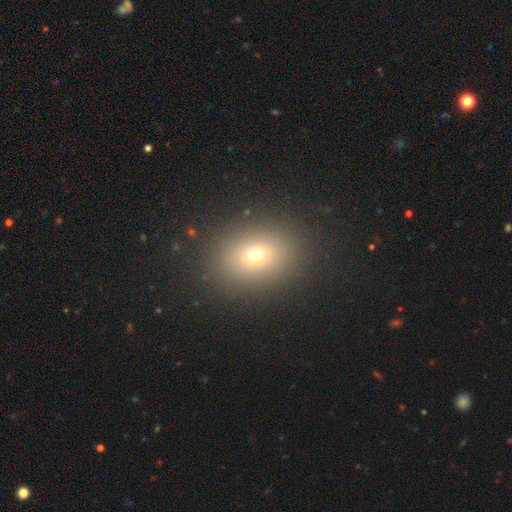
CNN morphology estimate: Overall: smooth (68%). How rounded: in between (53%; round 46%). Merging: none (88%).